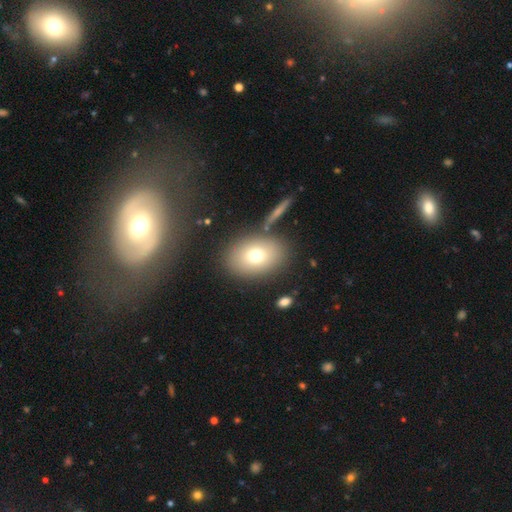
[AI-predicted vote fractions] A smooth galaxy with no disk features (73%) that is in between round and cigar-shaped (72%). Merging: none (81%).